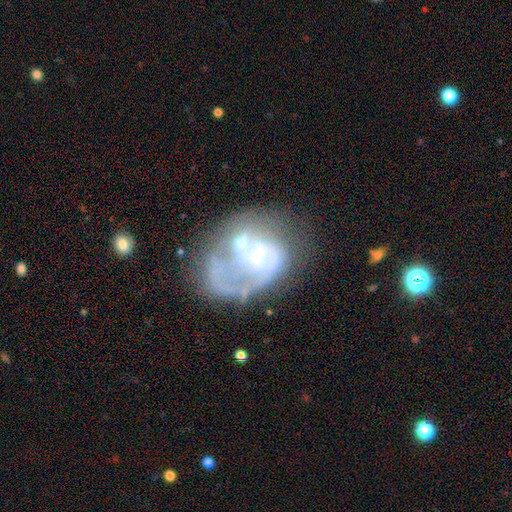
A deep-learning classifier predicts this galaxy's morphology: Smooth or featured?
  - featured or disk: 72% *
  - smooth: 19%
  - star or artifact: 9%
Edge-on disk?
  - no: 98% *
  - yes: 2%
Bar?
  - no: 72% *
  - weak: 23%
  - strong: 5%
Spiral arms?
  - yes: 58% *
  - no: 42%
Bulge size?
  - small: 59% *
  - moderate: 27%
  - none: 10%
  - large: 3%
  - dominant: 1%
Merging?
  - major disturbance: 37% *
  - none: 29%
  - minor disturbance: 18%
  - merger: 16%